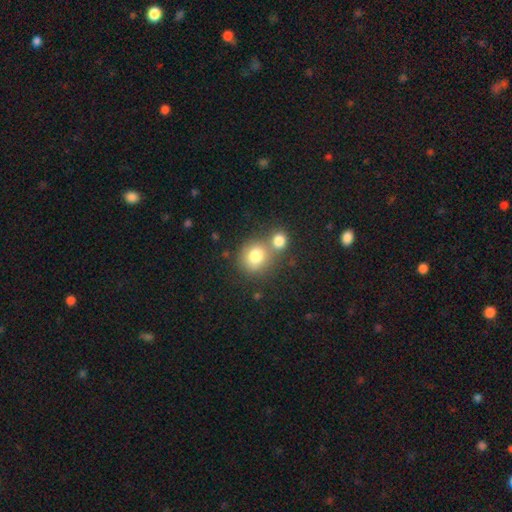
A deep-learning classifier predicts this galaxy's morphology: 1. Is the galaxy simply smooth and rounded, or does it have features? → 80% smooth, 10% star or artifact, 10% featured or disk.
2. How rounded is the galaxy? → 80% round, 19% in between, 1% cigar-shaped.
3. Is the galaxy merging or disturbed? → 48% none, 39% merger, 9% minor disturbance, 4% major disturbance.